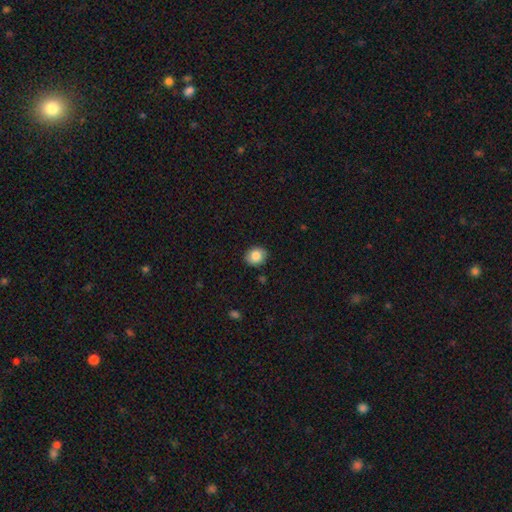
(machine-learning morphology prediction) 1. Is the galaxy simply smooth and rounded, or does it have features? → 83% smooth, 9% star or artifact, 8% featured or disk.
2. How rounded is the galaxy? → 64% round, 35% in between, 1% cigar-shaped.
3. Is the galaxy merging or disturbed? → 89% none, 8% minor disturbance, 2% major disturbance, 1% merger.